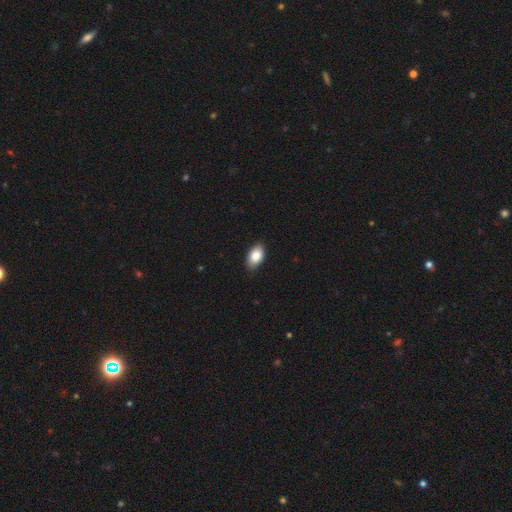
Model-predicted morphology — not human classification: Smooth or featured: smooth — 86% (featured or disk — 7%)
How rounded: in between — 92% (round — 6%)
Merging: none — 84% (minor disturbance — 13%)